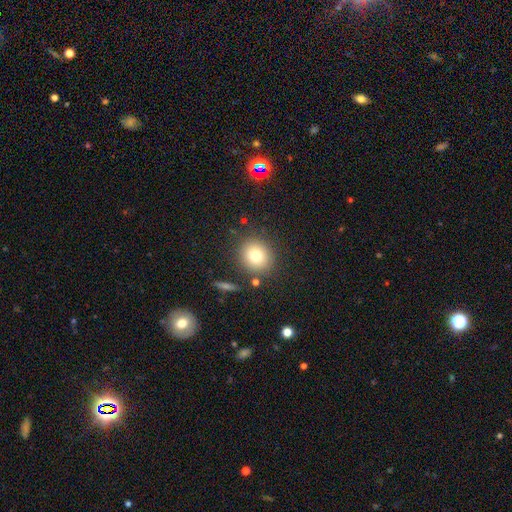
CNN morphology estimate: A smooth galaxy with no disk features (76%) that is round (84%). Merging: none (85%).